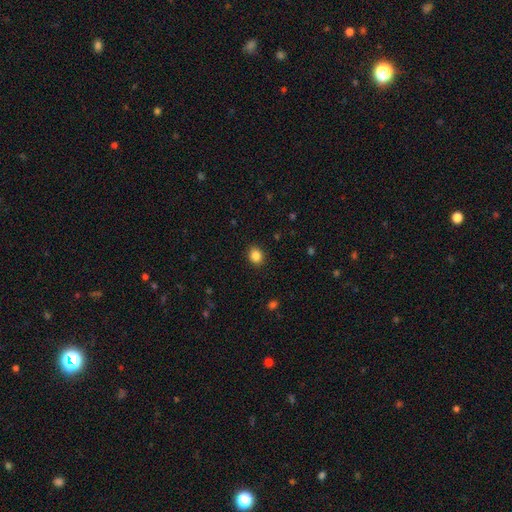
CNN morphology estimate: Smooth or featured?
  - smooth: 86% *
  - star or artifact: 10%
  - featured or disk: 4%
How rounded?
  - round: 65% *
  - in between: 35%
  - cigar-shaped: 1%
Merging?
  - none: 90% *
  - minor disturbance: 7%
  - major disturbance: 2%
  - merger: 1%